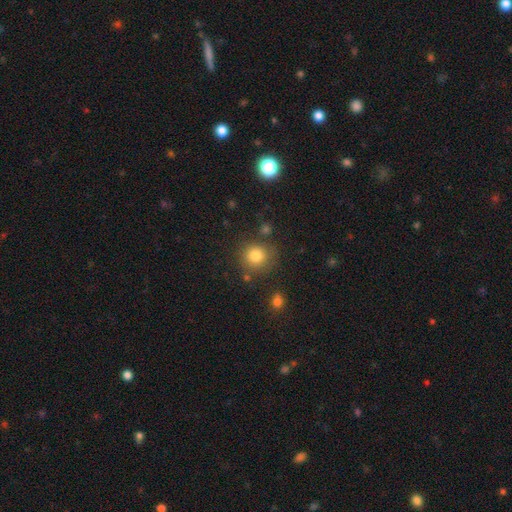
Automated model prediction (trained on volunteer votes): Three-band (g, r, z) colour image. It shows a smooth galaxy with no disk features (81%) that is round (91%). Merging: none (79%).